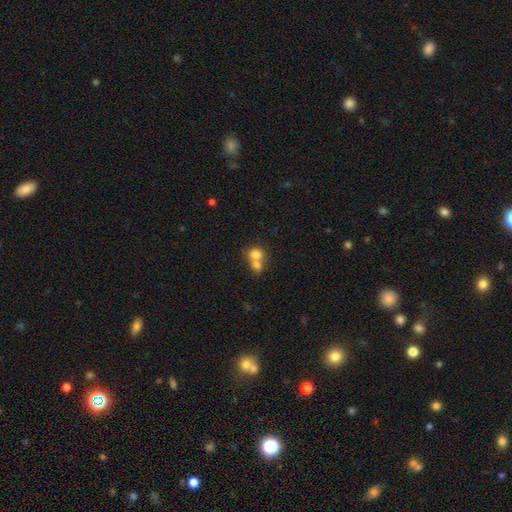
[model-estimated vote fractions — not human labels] This appears to be a smooth galaxy with no disk features (76%) that is round (63%). Merging: merger (68%).